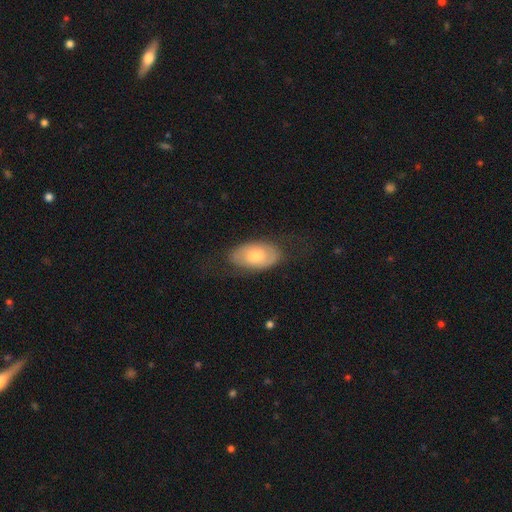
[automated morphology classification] This is possibly a smooth galaxy (57%). How rounded: clearly in between (93%). Merging: likely none (70%).